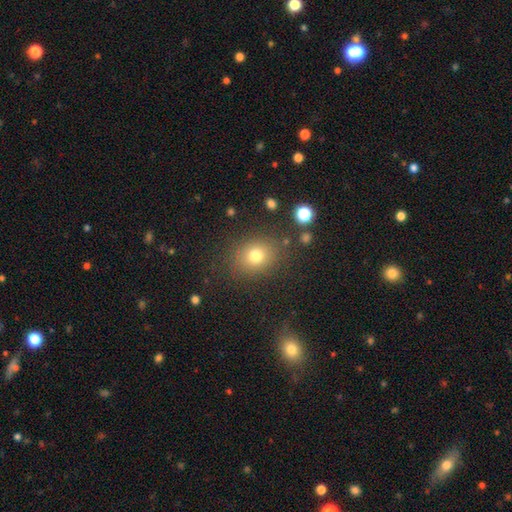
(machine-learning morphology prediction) Overall: smooth (76%). How rounded: round (62%; in between 37%). Merging: none (82%).